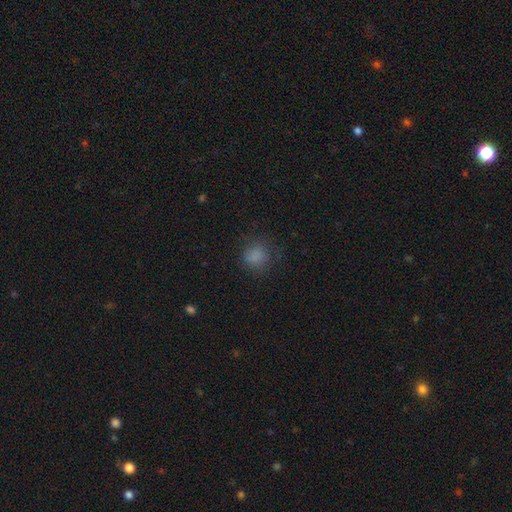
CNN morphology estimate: Smooth or featured? Predicted: smooth (p=0.80). How rounded? Predicted: round (p=0.79). Merging? Predicted: none (p=0.72).